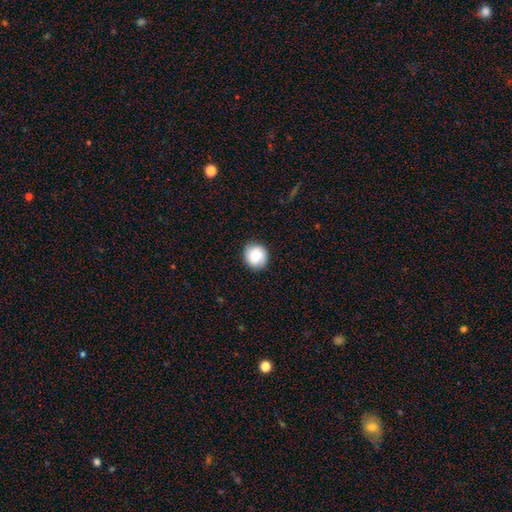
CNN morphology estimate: Smooth or featured? smooth (80%)
How rounded? round (90%)
Merging? none (88%)